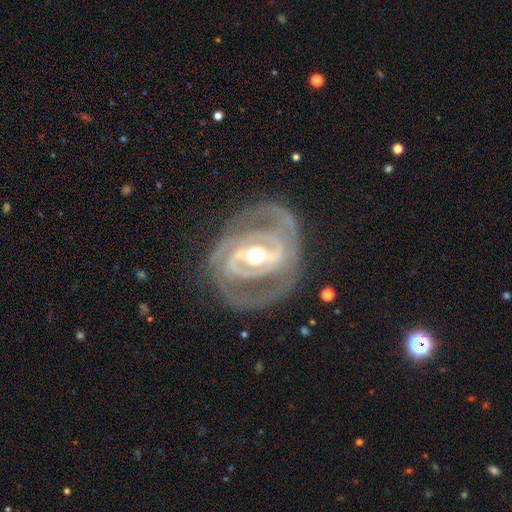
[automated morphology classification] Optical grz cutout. It shows a featured or disk galaxy (90%) with a strong bar (55%), 2 (64%) tight (53%) spiral arms (87%) and a moderate central bulge (72%). Merging: none (74%).